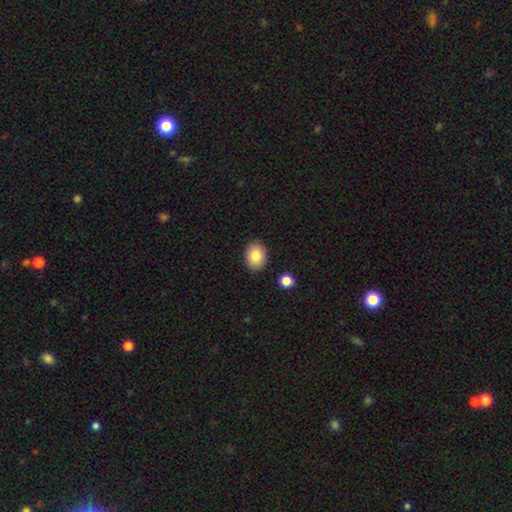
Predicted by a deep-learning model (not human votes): Smooth or featured?
  - smooth: 84% *
  - featured or disk: 8%
  - star or artifact: 8%
How rounded?
  - in between: 62% *
  - round: 37%
  - cigar-shaped: 1%
Merging?
  - none: 89% *
  - minor disturbance: 8%
  - major disturbance: 2%
  - merger: 2%